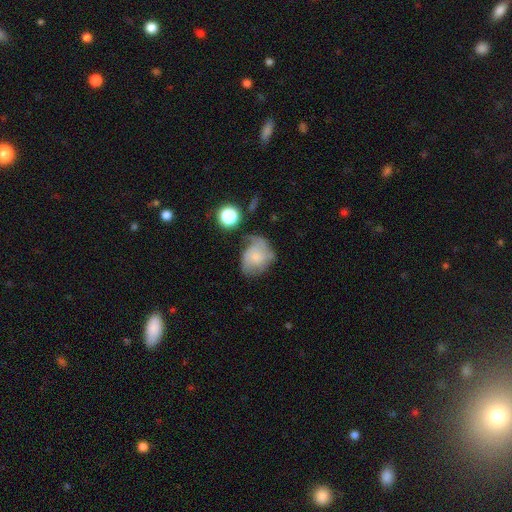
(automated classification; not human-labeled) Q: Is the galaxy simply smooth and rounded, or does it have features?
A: smooth — 47%.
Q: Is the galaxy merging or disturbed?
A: none — 38%.